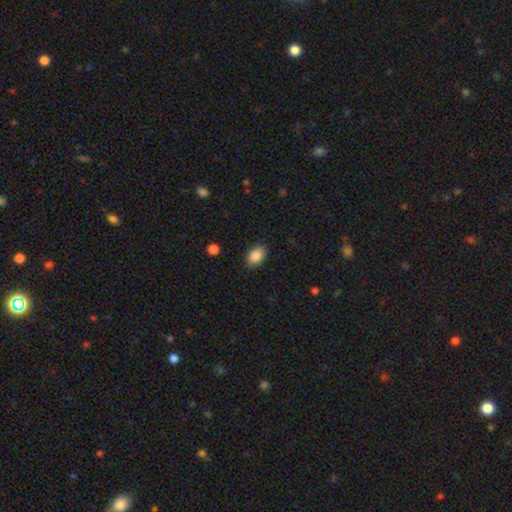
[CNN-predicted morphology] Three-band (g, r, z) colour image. It shows a smooth galaxy with no disk features (87%) that is in between round and cigar-shaped (81%). Merging: none (86%).